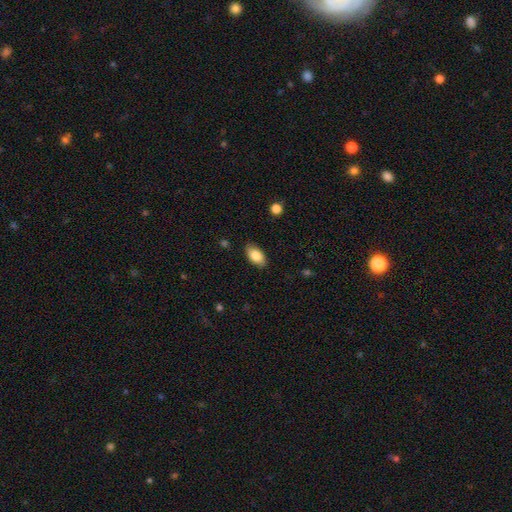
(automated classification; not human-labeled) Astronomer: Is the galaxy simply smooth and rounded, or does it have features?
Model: smooth — 84%.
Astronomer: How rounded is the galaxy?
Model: in between — 93%.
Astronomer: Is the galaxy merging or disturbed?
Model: none — 87%.